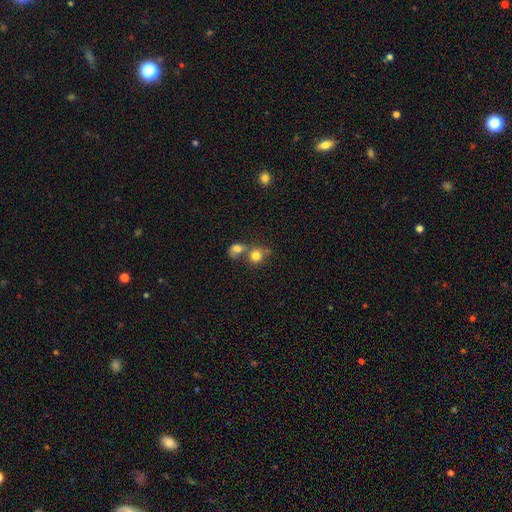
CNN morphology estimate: type=smooth (79%); roundness=round (80%); merging=merger (51%).